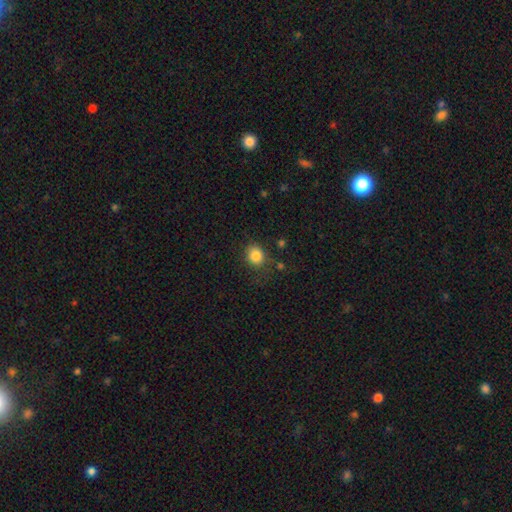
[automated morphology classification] This appears to be a smooth galaxy with no disk features (84%) that is round (70%). Merging: none (78%).